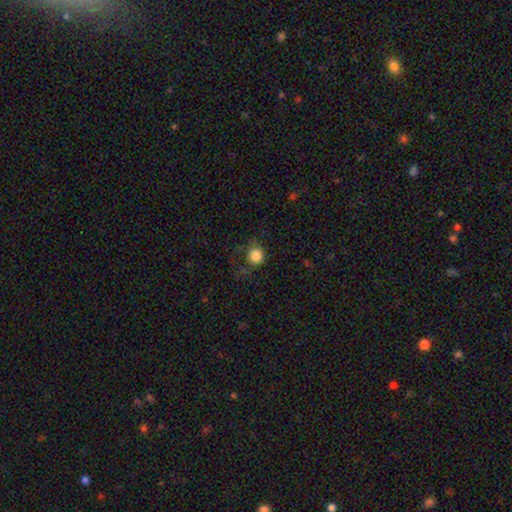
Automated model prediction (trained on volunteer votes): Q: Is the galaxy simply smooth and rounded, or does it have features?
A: smooth — 84%.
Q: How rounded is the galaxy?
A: round — 87%.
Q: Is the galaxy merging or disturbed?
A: none — 65%.